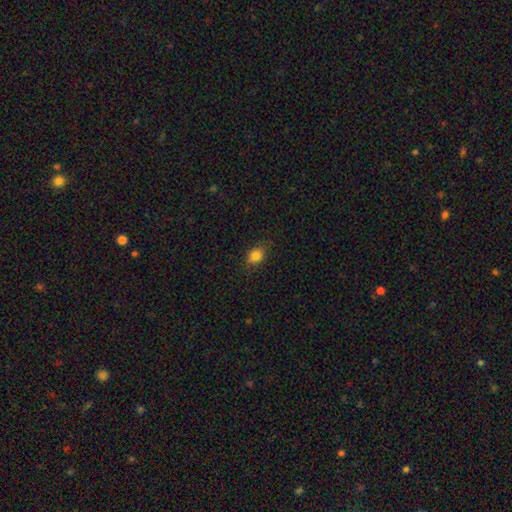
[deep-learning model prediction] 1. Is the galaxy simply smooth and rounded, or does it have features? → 83% smooth, 11% star or artifact, 7% featured or disk.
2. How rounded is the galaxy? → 64% in between, 34% round, 2% cigar-shaped.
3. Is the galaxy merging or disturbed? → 82% none, 14% minor disturbance, 3% major disturbance, 1% merger.